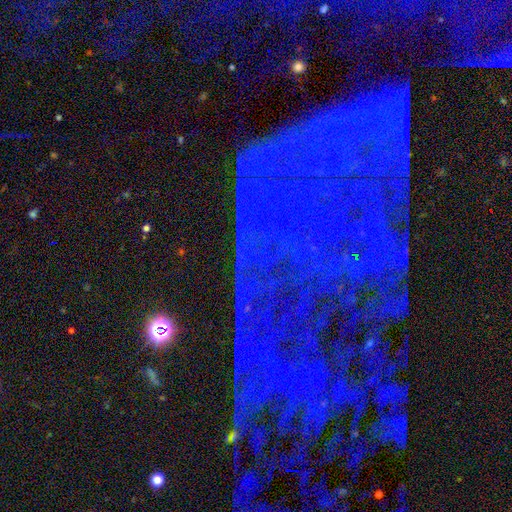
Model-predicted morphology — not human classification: Smooth or featured?
  - star or artifact: 79% *
  - featured or disk: 11%
  - smooth: 9%